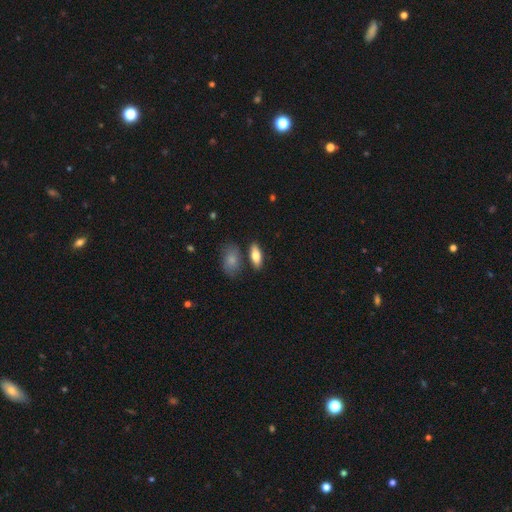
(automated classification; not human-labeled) smooth 75%, featured or disk 19%, star or artifact 6%. Down the decision tree: how rounded — in between (72%); merging — none (78%).